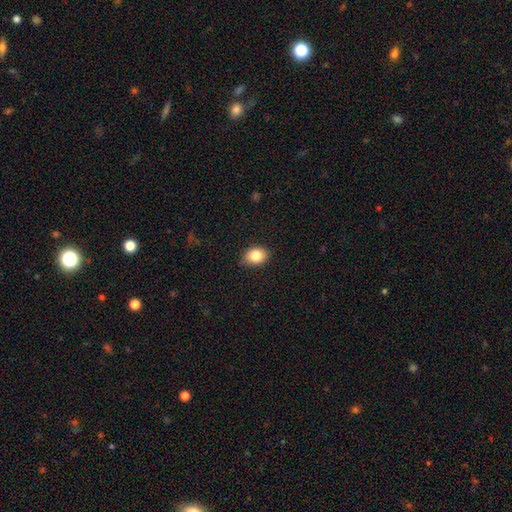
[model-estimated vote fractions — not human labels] Smooth or featured? Predicted: smooth (p=0.82). How rounded? Predicted: in between (p=0.68). Merging? Predicted: none (p=0.78).